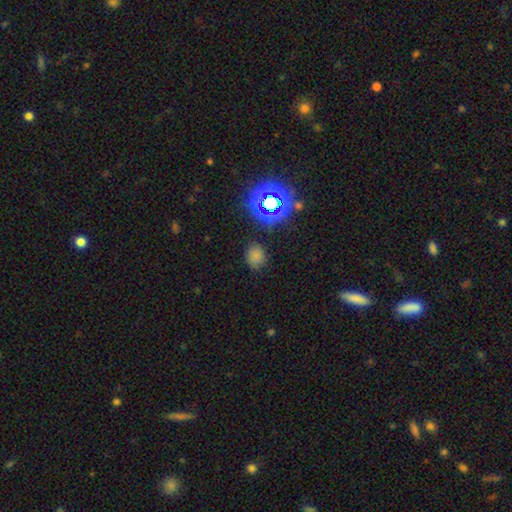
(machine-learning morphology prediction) smooth-or-featured: smooth: 67% | star or artifact: 27% | featured or disk: 6%
  how-rounded: round: 59% | in between: 40% | cigar-shaped: 1%
  merging: none: 80% | minor disturbance: 13% | major disturbance: 4% | merger: 2%